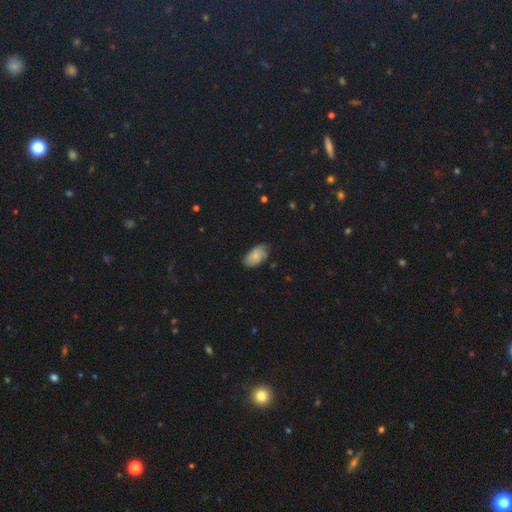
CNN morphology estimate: Smooth or featured: smooth — 76% (featured or disk — 17%)
How rounded: in between — 94% (round — 3%)
Merging: none — 71% (minor disturbance — 23%)